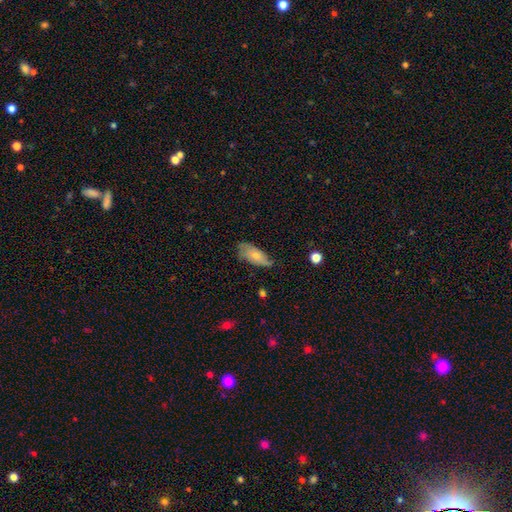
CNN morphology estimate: A smooth galaxy with no disk features (62%) that is in between round and cigar-shaped (85%). Merging: none (58%).